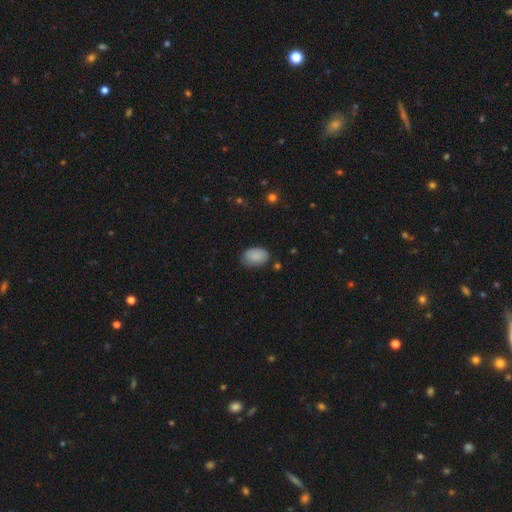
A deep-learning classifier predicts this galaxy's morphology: This is clearly a smooth galaxy (88%). How rounded: clearly in between (88%). Merging: likely none (73%).